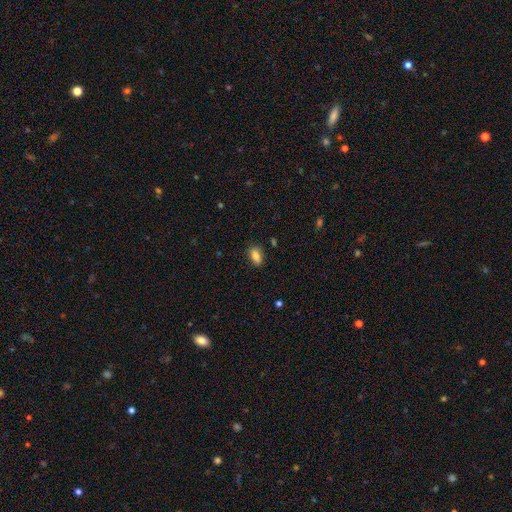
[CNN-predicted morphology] Q: Smooth or featured?
A: smooth (84%); runner-up: star or artifact (9%)
Q: How rounded?
A: in between (87%); runner-up: round (7%)
Q: Merging?
A: none (83%); runner-up: minor disturbance (13%)